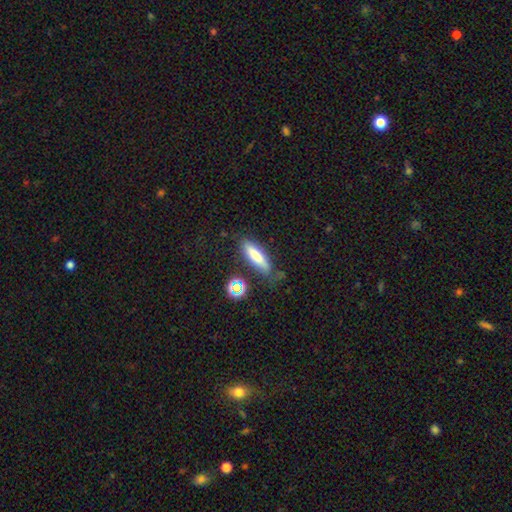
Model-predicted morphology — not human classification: smooth-or-featured: smooth: 72% | featured or disk: 18% | star or artifact: 10%
  how-rounded: cigar-shaped: 59% | in between: 39% | round: 3%
  merging: none: 73% | minor disturbance: 17% | major disturbance: 6% | merger: 4%